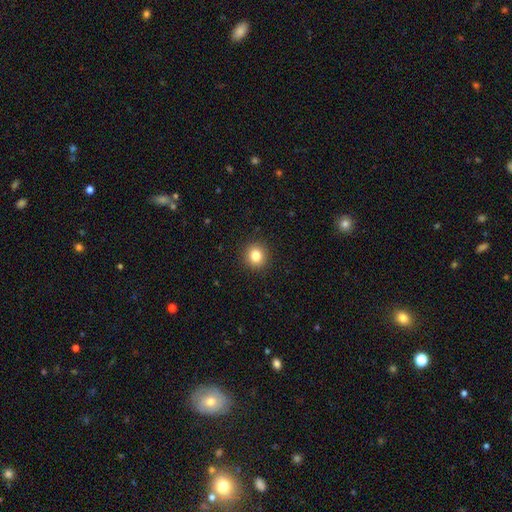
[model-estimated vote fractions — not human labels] A smooth galaxy with no disk features (83%) that is round (89%). Merging: none (92%).